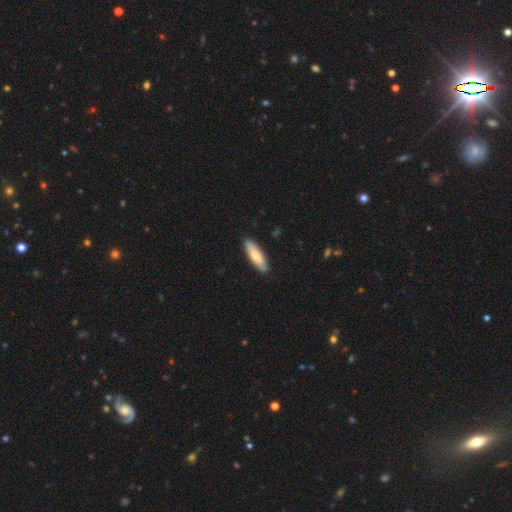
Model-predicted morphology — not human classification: Smooth or featured? smooth (72%)
How rounded? cigar-shaped (56%)
Merging? none (88%)